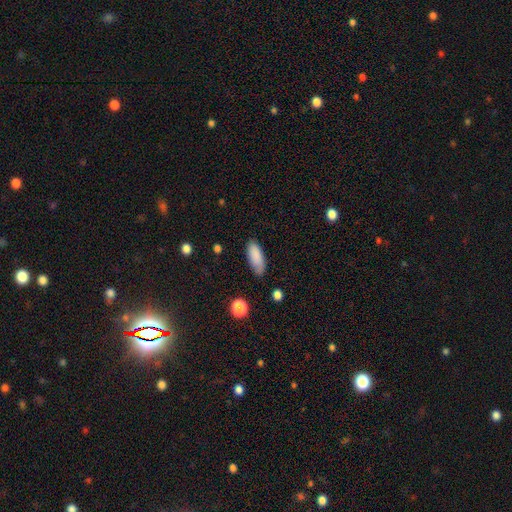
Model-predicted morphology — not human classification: This appears to be a smooth galaxy with no disk features (87%) that is in between round and cigar-shaped (77%). Merging: none (78%).